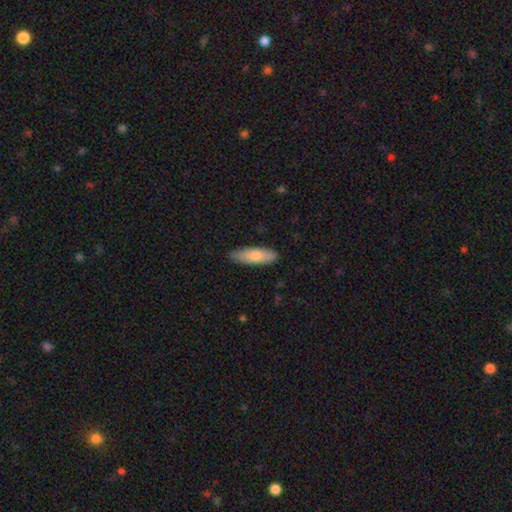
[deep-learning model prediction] This appears to be a smooth galaxy with no disk features (77%) that is in between round and cigar-shaped (51%). Merging: none (85%).